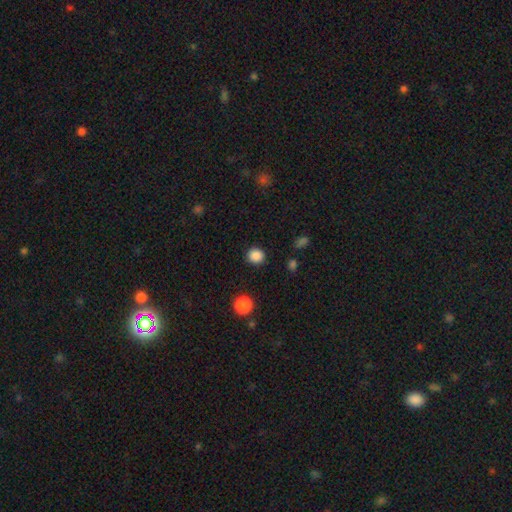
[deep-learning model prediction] This is clearly a smooth galaxy (86%). How rounded: clearly round (87%). Merging: clearly none (90%).